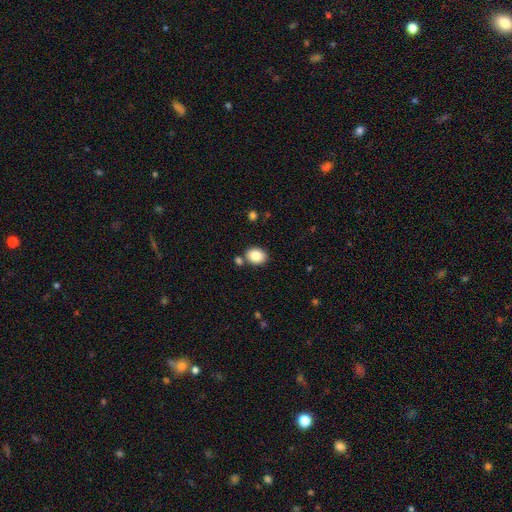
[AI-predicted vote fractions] The model was most divided on "how rounded": in between: 59%, round: 40%, cigar-shaped: 1%. More confident: smooth or featured — smooth (84%); merging — none (77%).